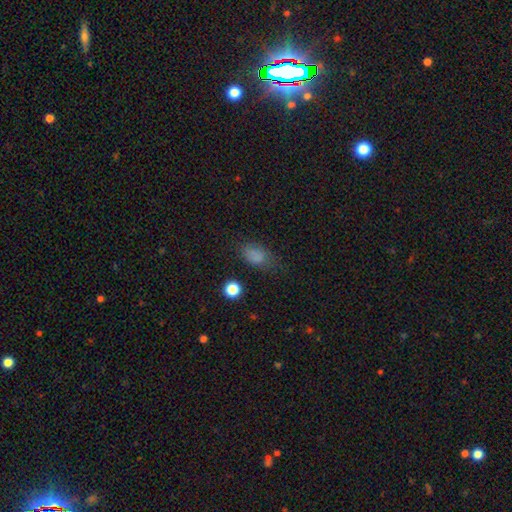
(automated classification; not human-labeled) Morphology: type=smooth (78%); roundness=in between (83%); merging=none (60%).